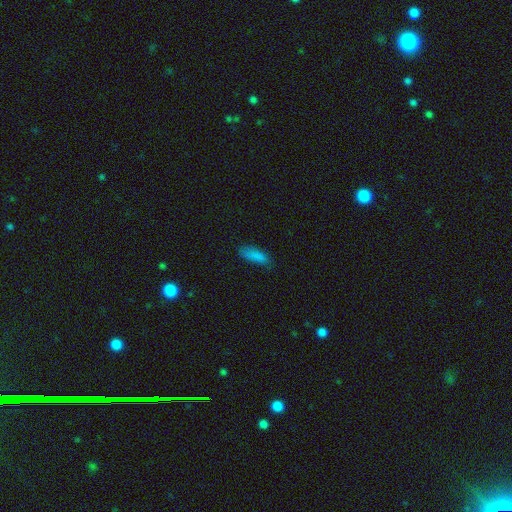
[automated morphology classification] smooth 85%, star or artifact 9%, featured or disk 6%. Down the decision tree: how rounded — in between (60%); merging — none (73%).